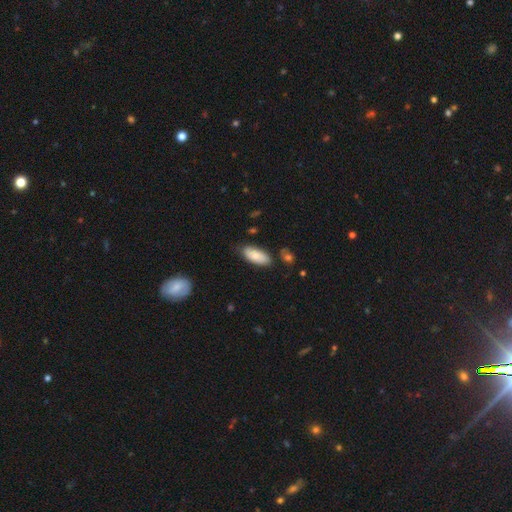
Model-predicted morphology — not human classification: Smooth or featured: smooth — 75% (featured or disk — 19%)
How rounded: in between — 87% (cigar-shaped — 11%)
Merging: none — 74% (minor disturbance — 19%)